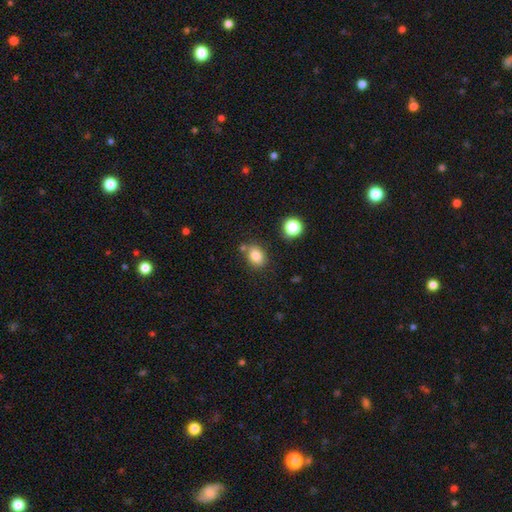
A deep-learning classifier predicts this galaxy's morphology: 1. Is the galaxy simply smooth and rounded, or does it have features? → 82% smooth, 11% star or artifact, 7% featured or disk.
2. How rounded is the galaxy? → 57% in between, 42% round, 1% cigar-shaped.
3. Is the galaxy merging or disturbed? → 75% none, 12% minor disturbance, 9% merger, 3% major disturbance.